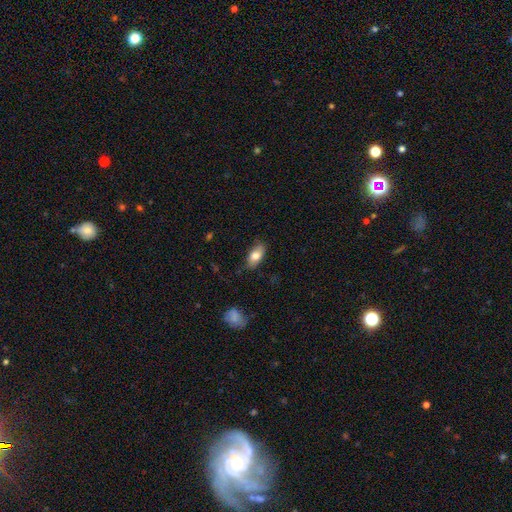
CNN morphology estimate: smooth-or-featured: smooth: 76% | featured or disk: 17% | star or artifact: 7%
  how-rounded: in between: 88% | cigar-shaped: 7% | round: 5%
  merging: none: 77% | minor disturbance: 18% | major disturbance: 3% | merger: 1%